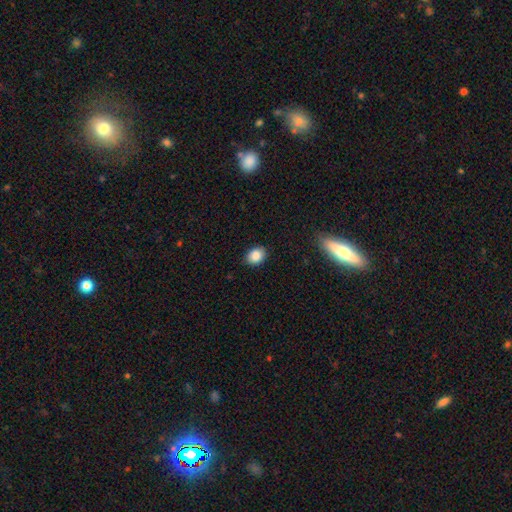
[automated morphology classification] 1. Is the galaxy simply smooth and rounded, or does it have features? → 87% smooth, 9% star or artifact, 5% featured or disk.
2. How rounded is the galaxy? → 59% in between, 40% round, 1% cigar-shaped.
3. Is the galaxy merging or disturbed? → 87% none, 10% minor disturbance, 2% major disturbance, 1% merger.